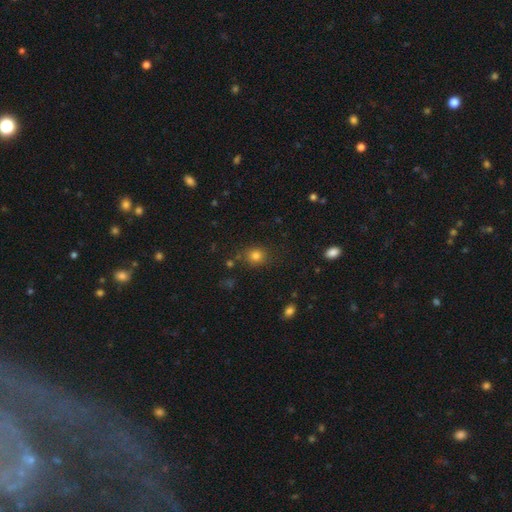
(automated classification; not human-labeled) This appears to be a smooth galaxy with no disk features (80%) that is round (74%). Merging: none (80%).